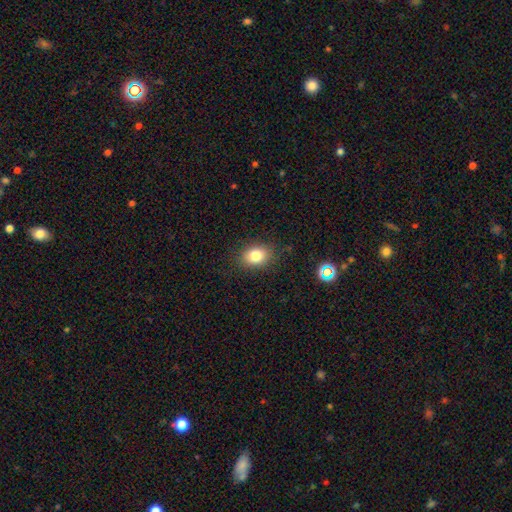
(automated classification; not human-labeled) Smooth or featured? Predicted: smooth (p=0.81). How rounded? Predicted: in between (p=0.61). Merging? Predicted: none (p=0.85).